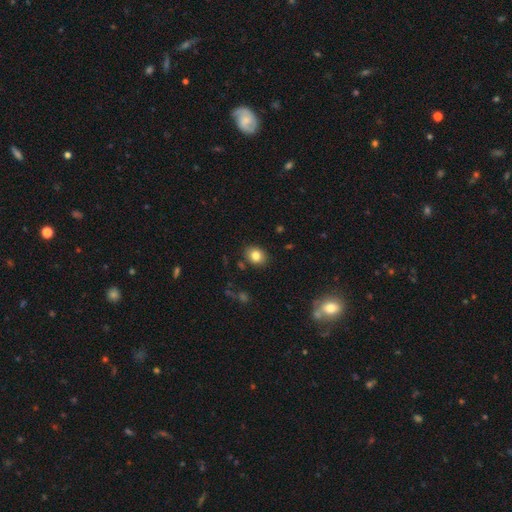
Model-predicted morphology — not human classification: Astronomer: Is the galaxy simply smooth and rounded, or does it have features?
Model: smooth — 82%.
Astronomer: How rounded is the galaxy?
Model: round — 51% (runner-up: in between, 49%).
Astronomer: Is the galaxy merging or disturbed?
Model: none — 86%.